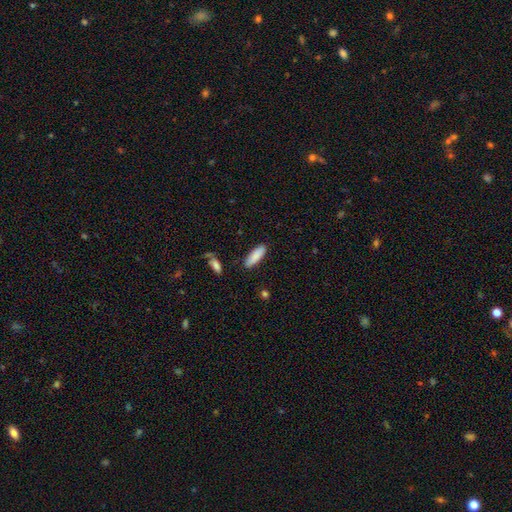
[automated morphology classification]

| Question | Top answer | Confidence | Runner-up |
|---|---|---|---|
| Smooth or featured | smooth | 87% | featured or disk (7%) |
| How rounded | in between | 57% | cigar-shaped (41%) |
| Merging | none | 86% | minor disturbance (10%) |